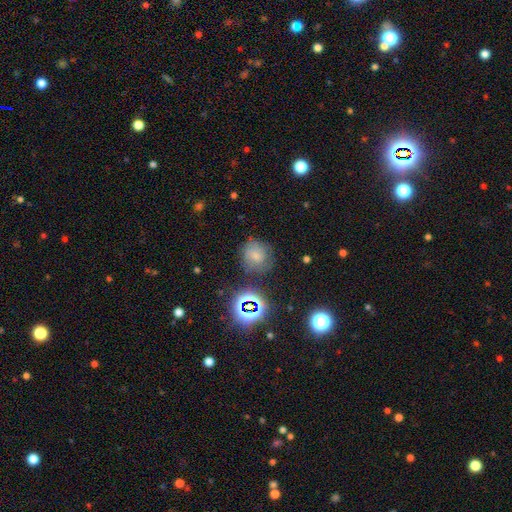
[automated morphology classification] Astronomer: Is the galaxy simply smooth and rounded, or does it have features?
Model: smooth — 52%.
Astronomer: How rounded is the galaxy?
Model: round — 81%.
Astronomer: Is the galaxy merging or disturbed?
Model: none — 66%.